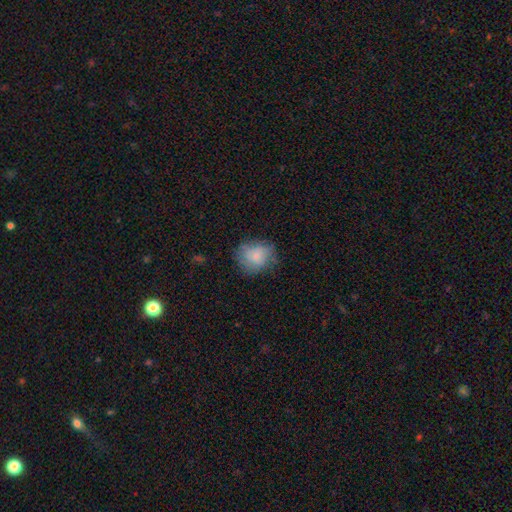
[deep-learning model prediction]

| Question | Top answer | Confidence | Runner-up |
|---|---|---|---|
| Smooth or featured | smooth | 76% | featured or disk (16%) |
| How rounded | round | 69% | in between (30%) |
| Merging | none | 68% | minor disturbance (23%) |